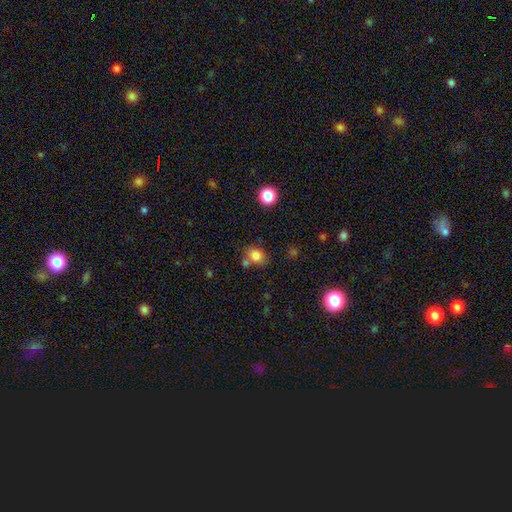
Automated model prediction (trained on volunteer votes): A smooth galaxy with no disk features (81%) that is round (59%). Merging: none (63%).